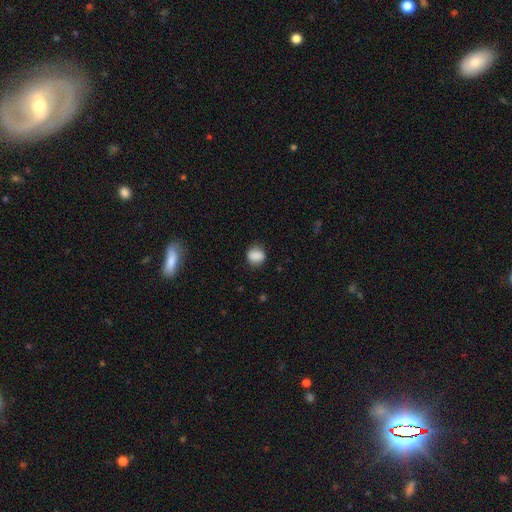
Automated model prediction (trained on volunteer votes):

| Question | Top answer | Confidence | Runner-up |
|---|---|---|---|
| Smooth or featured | smooth | 84% | star or artifact (9%) |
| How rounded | round | 64% | in between (35%) |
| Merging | none | 80% | minor disturbance (15%) |